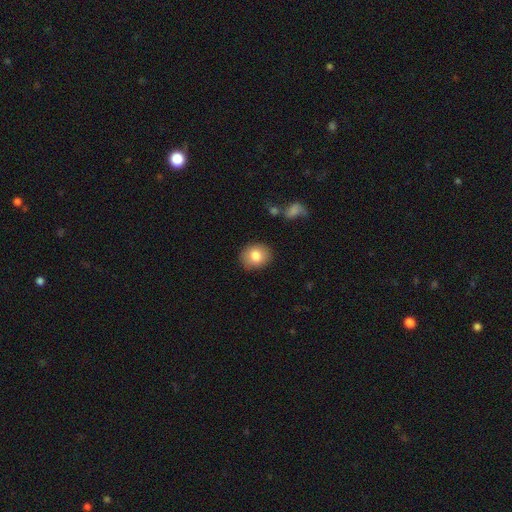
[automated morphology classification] Q: Smooth or featured?
A: smooth (81%); runner-up: featured or disk (10%)
Q: How rounded?
A: round (64%); runner-up: in between (35%)
Q: Merging?
A: none (86%); runner-up: minor disturbance (10%)